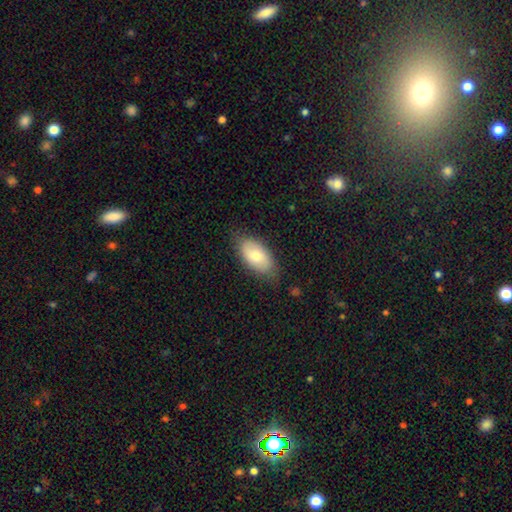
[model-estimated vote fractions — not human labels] Smooth or featured? Predicted: smooth (p=0.72). How rounded? Predicted: in between (p=0.94). Merging? Predicted: none (p=0.74).